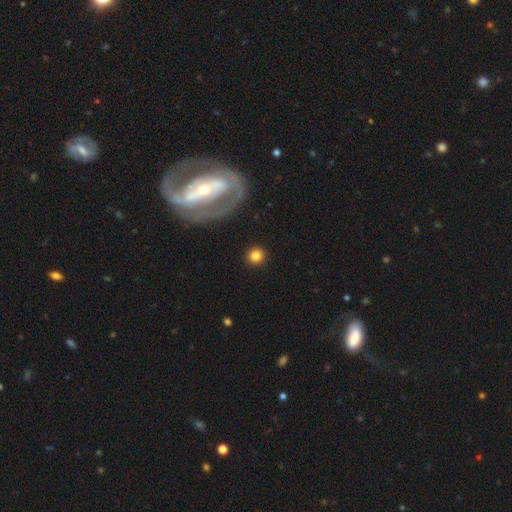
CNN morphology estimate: type=smooth (82%); roundness=round (92%); merging=none (91%).